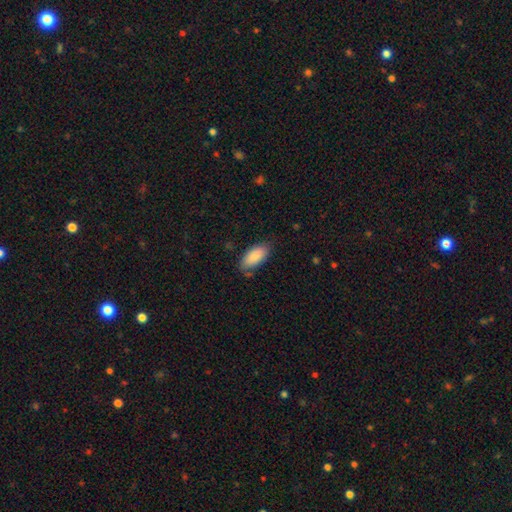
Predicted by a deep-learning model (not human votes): smooth-or-featured: smooth: 88% | star or artifact: 6% | featured or disk: 6%
  how-rounded: in between: 91% | cigar-shaped: 7% | round: 2%
  merging: none: 75% | minor disturbance: 19% | major disturbance: 4% | merger: 2%